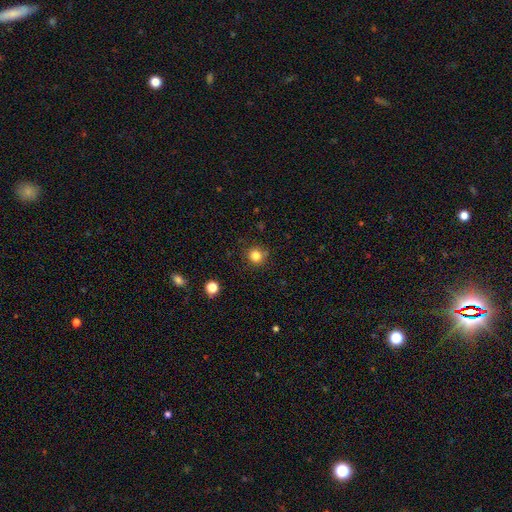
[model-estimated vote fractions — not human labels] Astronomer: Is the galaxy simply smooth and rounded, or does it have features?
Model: smooth — 82%.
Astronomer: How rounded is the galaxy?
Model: round — 92%.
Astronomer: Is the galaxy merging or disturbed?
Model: none — 85%.